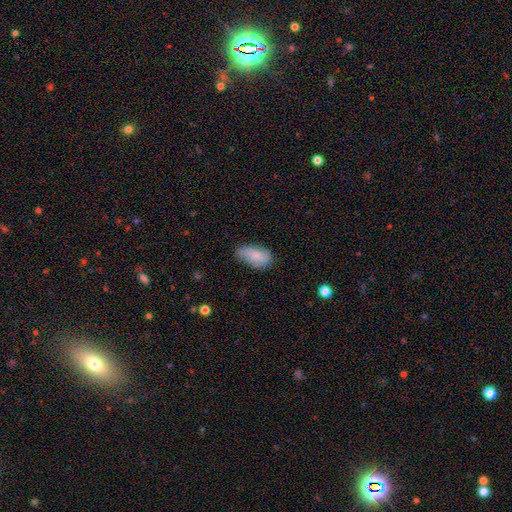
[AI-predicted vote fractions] Smooth or featured?
  - smooth: 71% *
  - featured or disk: 22%
  - star or artifact: 7%
How rounded?
  - in between: 92% *
  - cigar-shaped: 5%
  - round: 3%
Merging?
  - none: 62% *
  - minor disturbance: 30%
  - major disturbance: 6%
  - merger: 2%